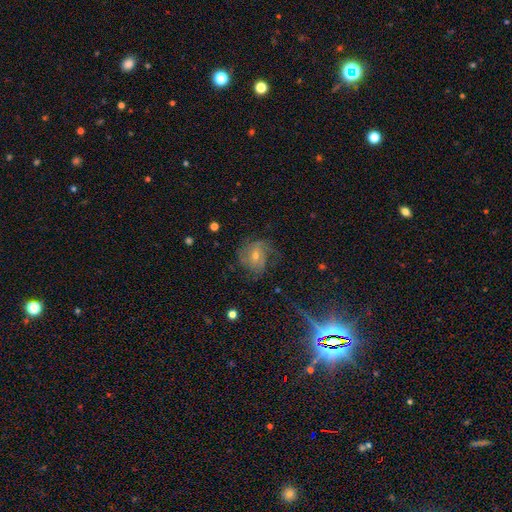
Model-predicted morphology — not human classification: This is likely a featured or disk galaxy (66%). It is clearly not viewed edge-on (96%). Bar: likely no (71%). Spiral arm pattern: clearly yes (91%). Spiral arm count: marginally can't tell (30%). Spiral winding: marginally medium (42%). Central bulge: possibly moderate (50%). Merging: likely none (64%).